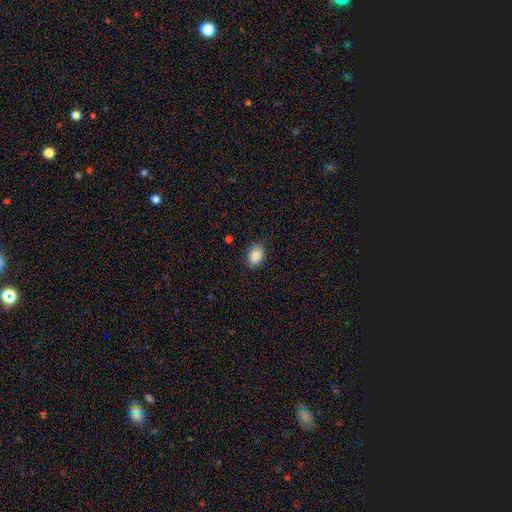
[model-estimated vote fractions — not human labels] This appears to be a smooth galaxy with no disk features (88%) that is in between round and cigar-shaped (80%). Merging: none (85%).